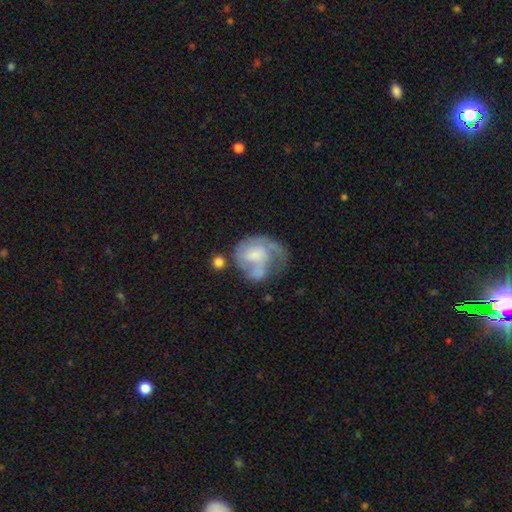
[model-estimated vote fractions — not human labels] smooth_or_featured: featured or disk (p=0.61) [alt: smooth p=0.32]
disk_edge_on: no (p=0.98) [alt: yes p=0.02]
bar: no (p=0.65) [alt: weak p=0.29]
has_spiral_arms: yes (p=0.71) [alt: no p=0.29]
bulge_size: moderate (p=0.31) [alt: none p=0.30]
merging: major disturbance (p=0.35) [alt: none p=0.32]